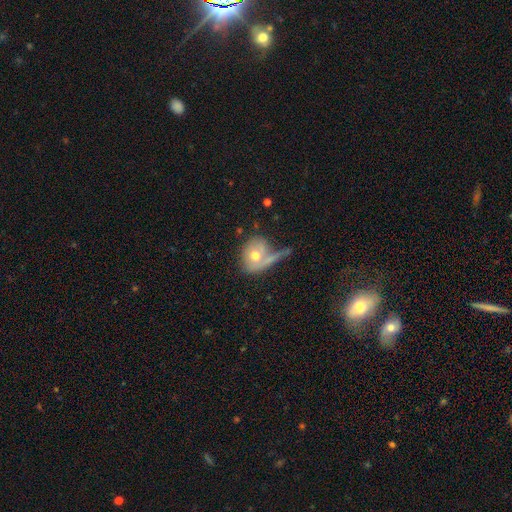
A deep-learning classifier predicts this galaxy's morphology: type=smooth (62%); roundness=round (58%); merging=none (35%).